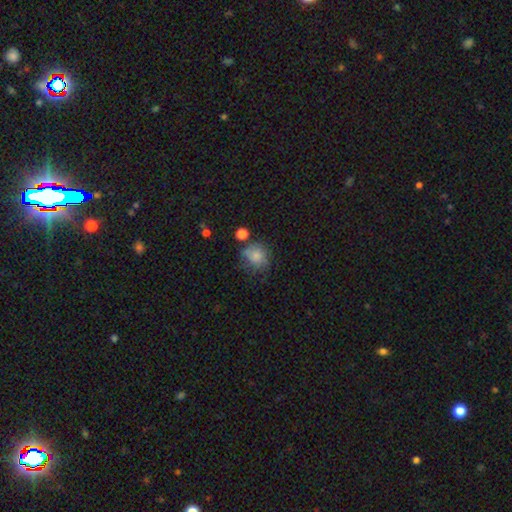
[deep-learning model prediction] Smooth or featured: smooth — 73% (featured or disk — 16%)
How rounded: round — 72% (in between — 27%)
Merging: none — 49% (minor disturbance — 28%)